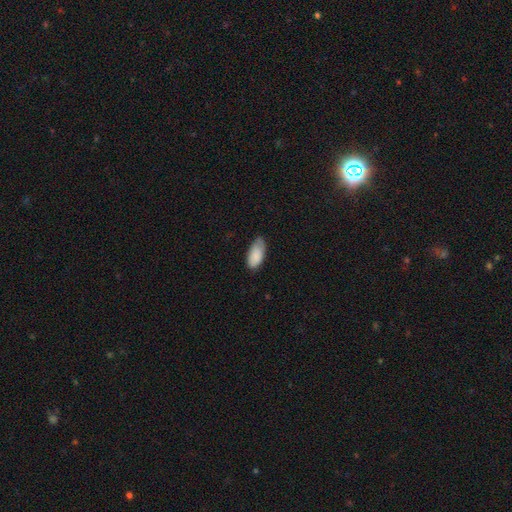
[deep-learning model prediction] Q: Smooth or featured?
A: smooth (86%); runner-up: featured or disk (8%)
Q: How rounded?
A: in between (93%); runner-up: cigar-shaped (5%)
Q: Merging?
A: none (61%); runner-up: minor disturbance (32%)